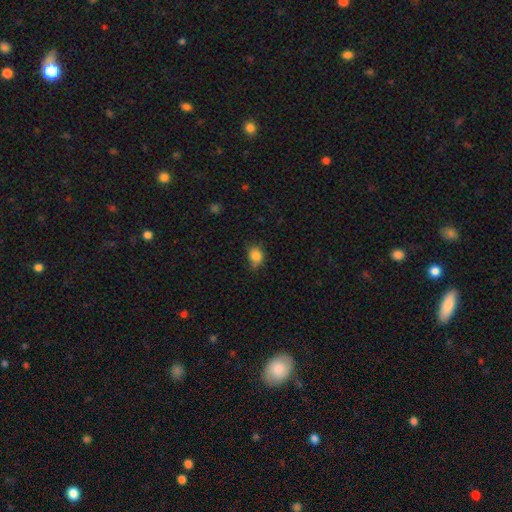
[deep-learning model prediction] smooth-or-featured: smooth: 84% | star or artifact: 10% | featured or disk: 5%
  how-rounded: round: 60% | in between: 39% | cigar-shaped: 1%
  merging: none: 61% | minor disturbance: 30% | major disturbance: 7% | merger: 2%